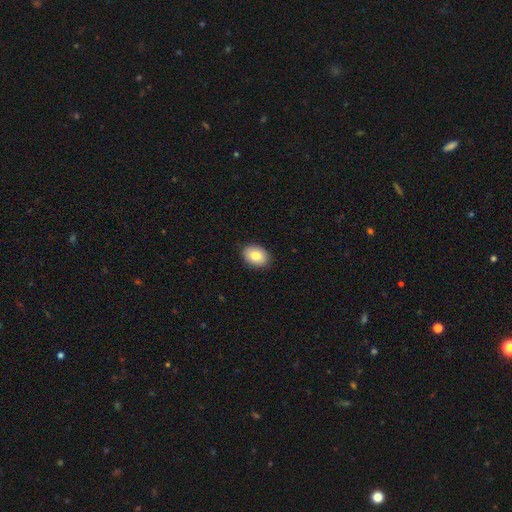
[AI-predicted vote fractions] The model was most divided on "how rounded": in between: 73%, round: 26%, cigar-shaped: 1%. More confident: merging — none (89%); smooth or featured — smooth (82%).